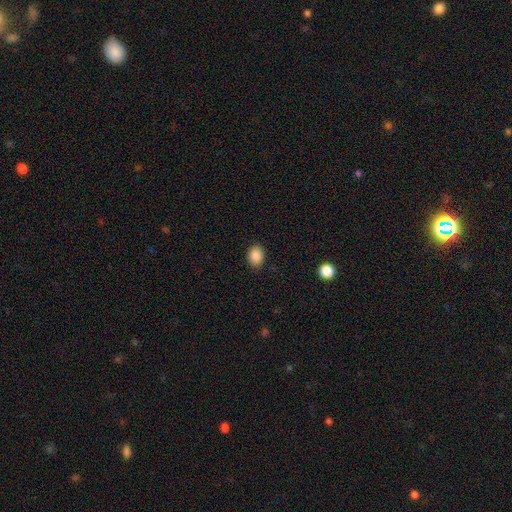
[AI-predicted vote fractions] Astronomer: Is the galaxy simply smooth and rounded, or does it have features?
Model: smooth — 88%.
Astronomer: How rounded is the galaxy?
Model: in between — 59% (runner-up: round, 40%).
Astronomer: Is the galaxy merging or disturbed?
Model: none — 88%.